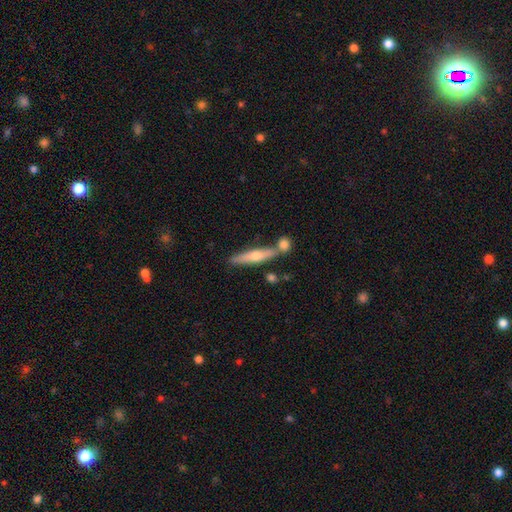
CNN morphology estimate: type=featured or disk (55%); edge-on=yes (92%); edge-on bulge=rounded (84%); merging=none (70%).